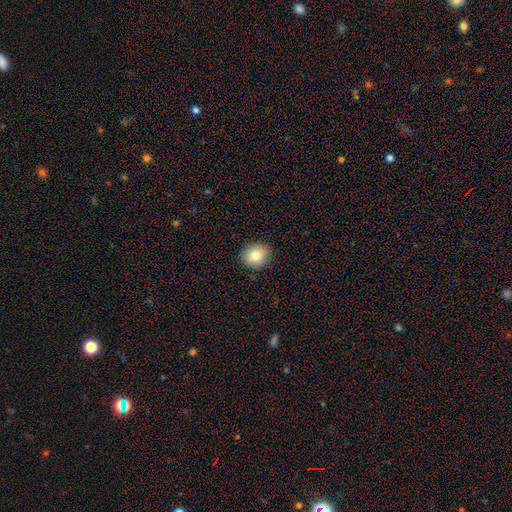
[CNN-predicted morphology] smooth_or_featured: smooth (p=0.79) [alt: featured or disk p=0.11]
how_rounded: round (p=0.79) [alt: in between p=0.20]
merging: none (p=0.90) [alt: minor disturbance p=0.07]